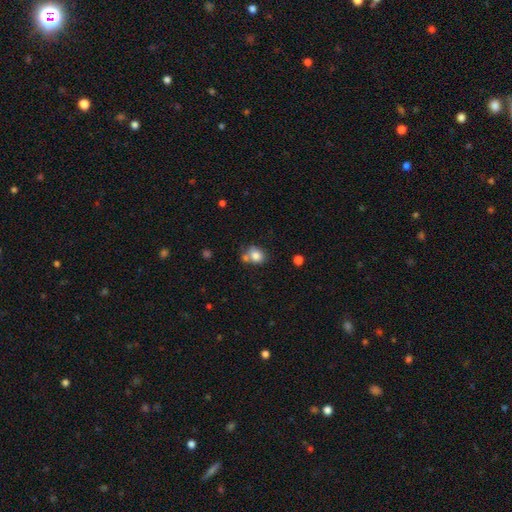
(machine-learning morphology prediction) type=smooth (81%); roundness=round (54%); merging=none (49%).